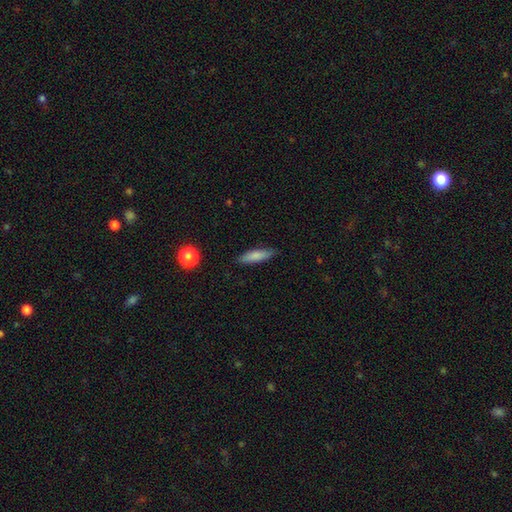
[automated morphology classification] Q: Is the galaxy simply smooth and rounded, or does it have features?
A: smooth — 82%.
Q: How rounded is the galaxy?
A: cigar-shaped — 66%.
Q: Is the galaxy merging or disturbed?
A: none — 85%.